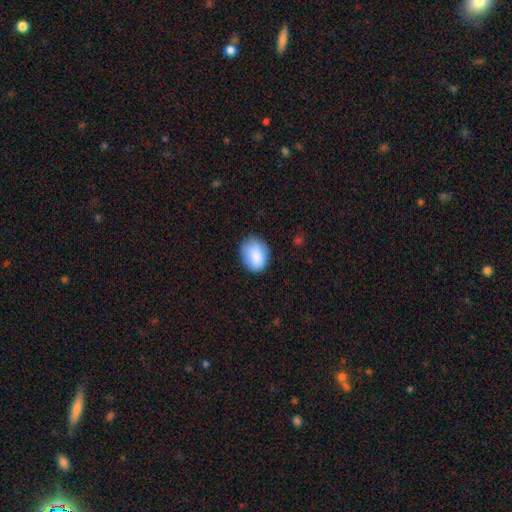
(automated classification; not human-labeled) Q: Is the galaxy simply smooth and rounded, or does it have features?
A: smooth — 86%.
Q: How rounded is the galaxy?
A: in between — 62%.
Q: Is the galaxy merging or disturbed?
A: none — 75%.